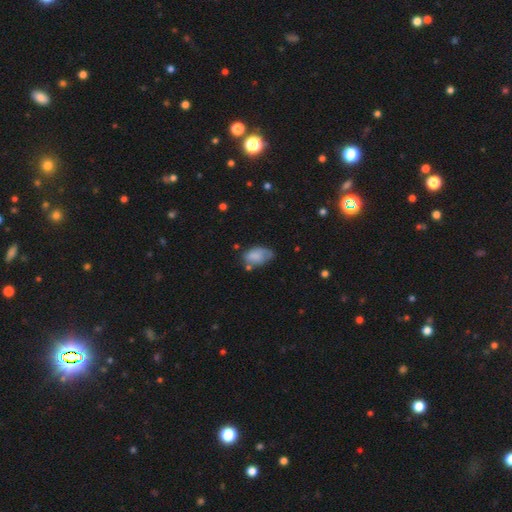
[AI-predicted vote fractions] This appears to be a smooth galaxy with no disk features (71%) that is in between round and cigar-shaped (91%). Merging: none (45%).